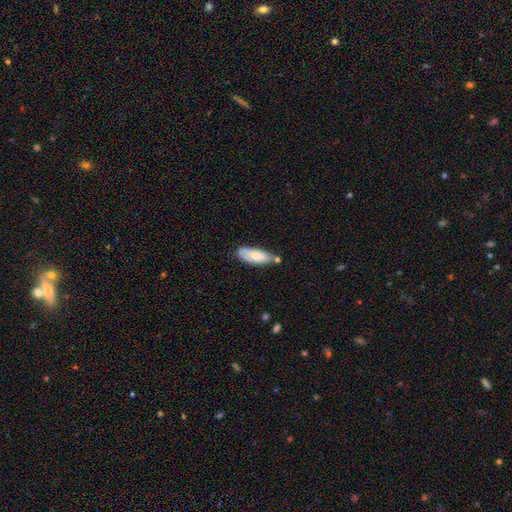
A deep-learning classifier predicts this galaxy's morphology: Smooth or featured: smooth — 70% (featured or disk — 24%)
How rounded: in between — 69% (cigar-shaped — 29%)
Merging: none — 59% (minor disturbance — 23%)